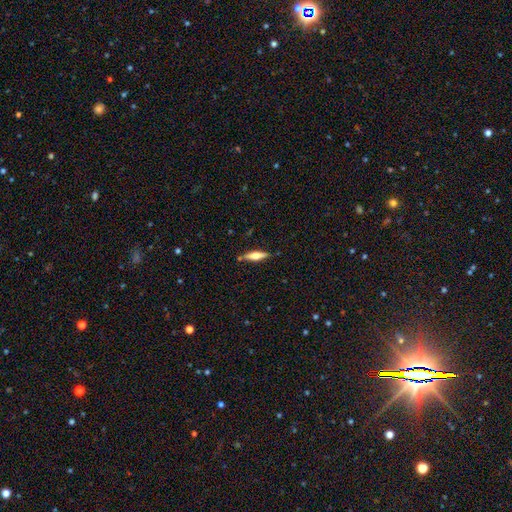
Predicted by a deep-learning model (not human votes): featured or disk 49%, smooth 45%, star or artifact 7%. Down the decision tree: merging — none (82%).